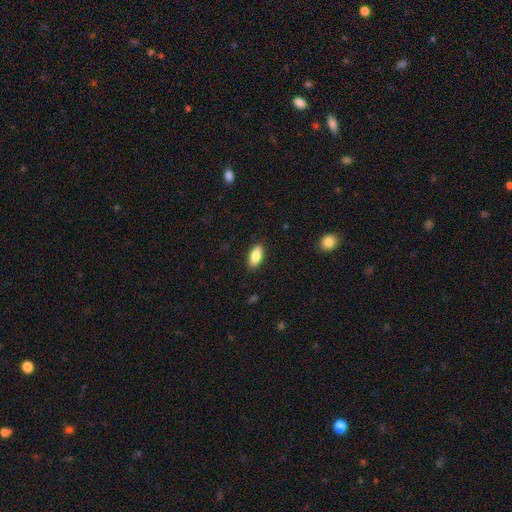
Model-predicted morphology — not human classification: This is clearly a smooth galaxy (83%). How rounded: clearly in between (85%). Merging: clearly none (89%).